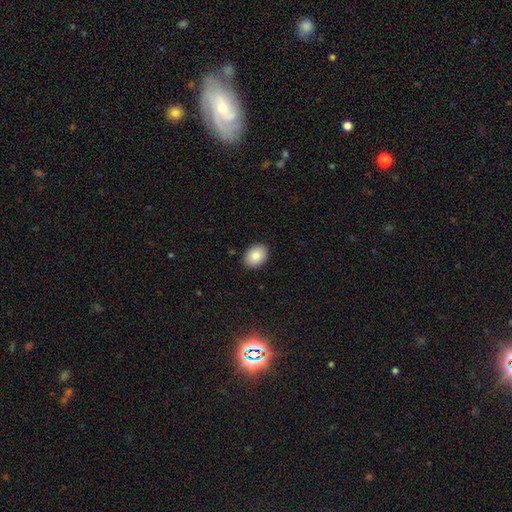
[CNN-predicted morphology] smooth-or-featured: smooth: 86% | star or artifact: 7% | featured or disk: 7%
  how-rounded: in between: 77% | round: 22% | cigar-shaped: 1%
  merging: none: 89% | minor disturbance: 8% | major disturbance: 2% | merger: 1%